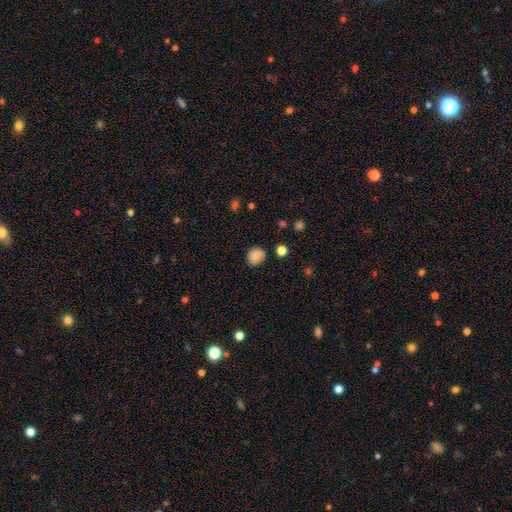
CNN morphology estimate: The model was most divided on "how rounded": round: 74%, in between: 25%, cigar-shaped: 1%. More confident: smooth or featured — smooth (84%); merging — none (78%).